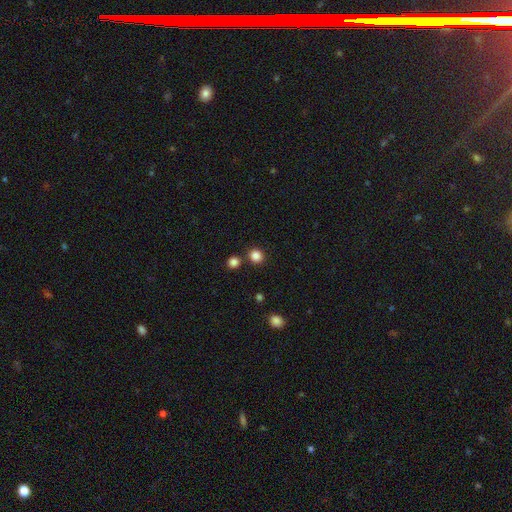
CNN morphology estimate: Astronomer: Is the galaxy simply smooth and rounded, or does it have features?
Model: smooth — 84%.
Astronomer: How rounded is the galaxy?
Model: round — 89%.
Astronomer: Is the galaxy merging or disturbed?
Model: none — 80%.